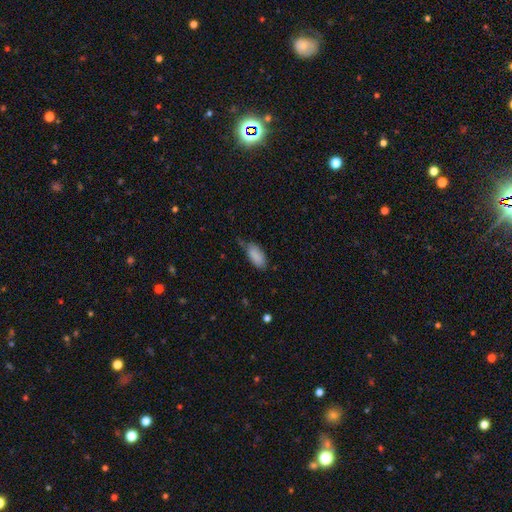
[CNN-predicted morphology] This appears to be a smooth galaxy with no disk features (87%) that is in between round and cigar-shaped (91%). Merging: none (55%).